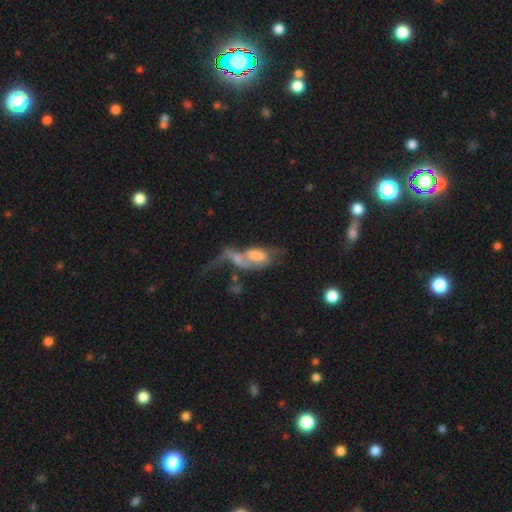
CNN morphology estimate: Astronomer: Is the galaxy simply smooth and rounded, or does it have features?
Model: featured or disk — 47% (runner-up: smooth, 42%).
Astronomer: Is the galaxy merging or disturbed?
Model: merger — 54%.